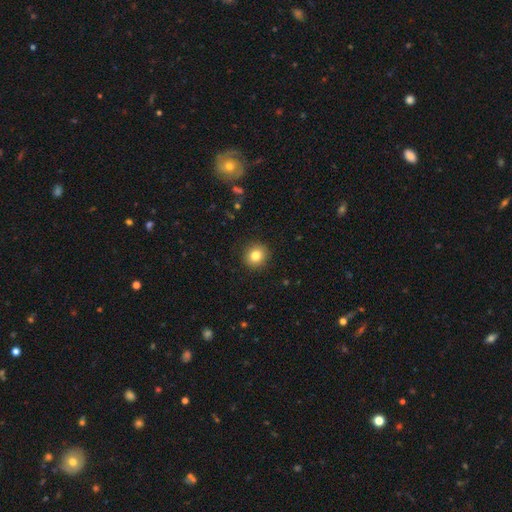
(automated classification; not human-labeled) smooth_or_featured: smooth (p=0.82) [alt: star or artifact p=0.11]
how_rounded: round (p=0.89) [alt: in between p=0.10]
merging: none (p=0.91) [alt: minor disturbance p=0.06]